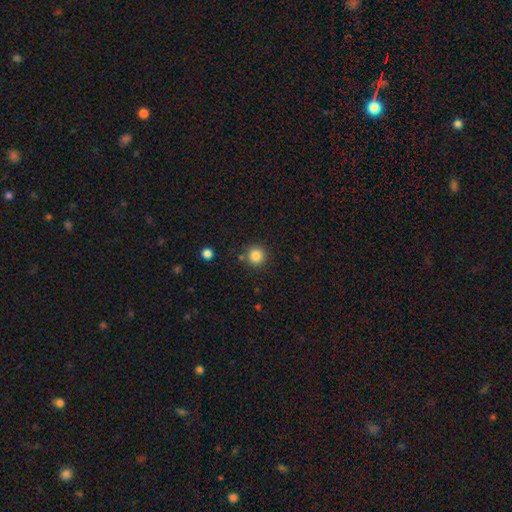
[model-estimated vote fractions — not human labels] A smooth galaxy with no disk features (85%) that is round (95%). Merging: none (85%).